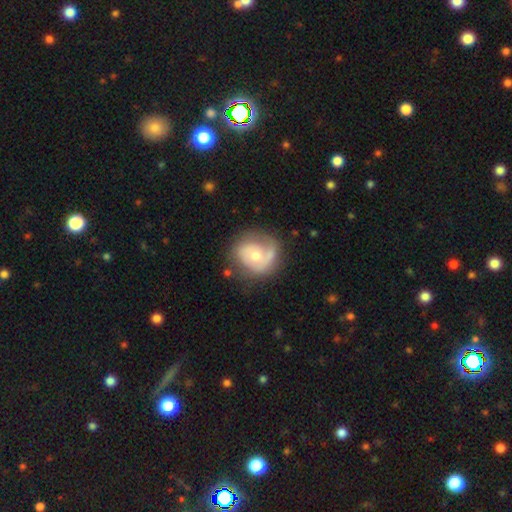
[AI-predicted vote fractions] The model was most divided on "spiral winding": tight: 43%, medium: 36%, loose: 21%. Remaining: edge-on disk — no (98%); spiral arms — yes (84%); bar — no (73%); smooth or featured — featured or disk (69%); merging — none (63%); bulge size — moderate (57%); spiral arm count — 1 (48%).